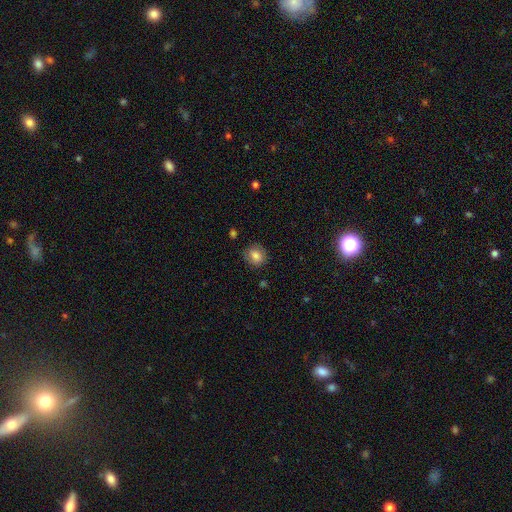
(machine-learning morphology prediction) A smooth galaxy with no disk features (80%) that is round (67%).

Vote fractions:
- Smooth or featured? smooth: 80% / featured or disk: 11% / star or artifact: 9%
- How rounded? round: 67% / in between: 32% / cigar-shaped: 1%
- Merging? none: 82% / minor disturbance: 14% / major disturbance: 3% / merger: 1%